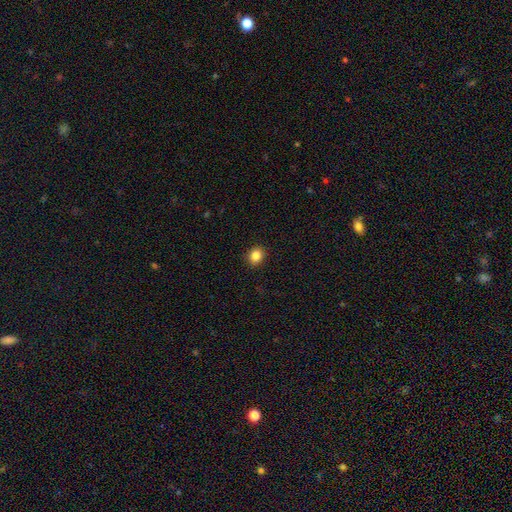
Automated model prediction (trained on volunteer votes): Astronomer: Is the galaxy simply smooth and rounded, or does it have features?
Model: smooth — 85%.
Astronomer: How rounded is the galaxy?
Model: round — 69%.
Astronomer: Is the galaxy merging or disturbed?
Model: none — 92%.